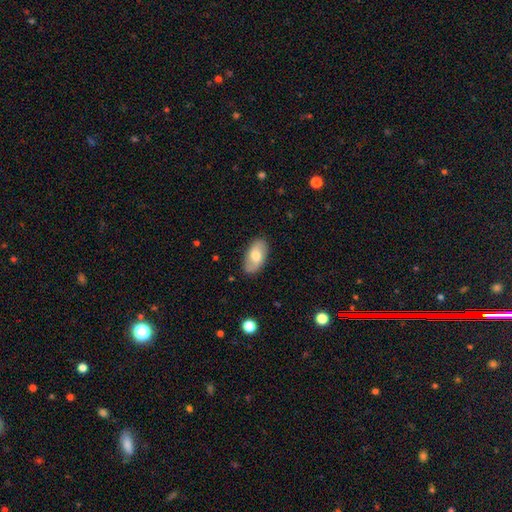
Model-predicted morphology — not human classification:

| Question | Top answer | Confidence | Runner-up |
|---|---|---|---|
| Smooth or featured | smooth | 61% | featured or disk (33%) |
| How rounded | in between | 93% | round (4%) |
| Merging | none | 83% | minor disturbance (13%) |